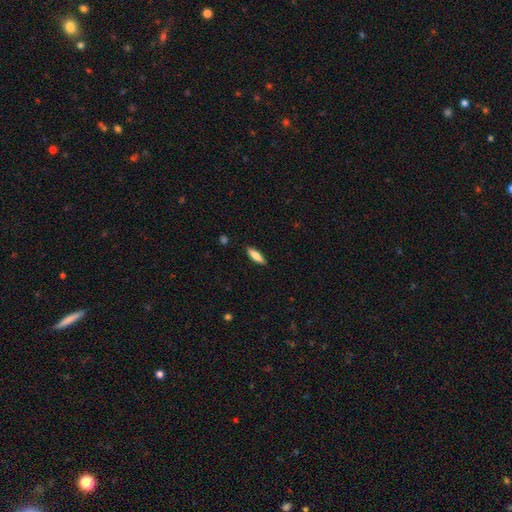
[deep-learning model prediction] Smooth or featured: smooth — 76% (featured or disk — 18%)
How rounded: cigar-shaped — 61% (in between — 38%)
Merging: none — 89% (minor disturbance — 8%)